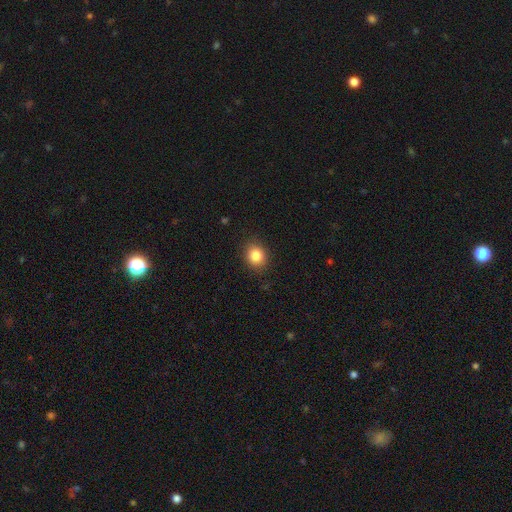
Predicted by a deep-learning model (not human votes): Smooth or featured: smooth — 84% (star or artifact — 10%)
How rounded: round — 67% (in between — 32%)
Merging: none — 88% (minor disturbance — 9%)